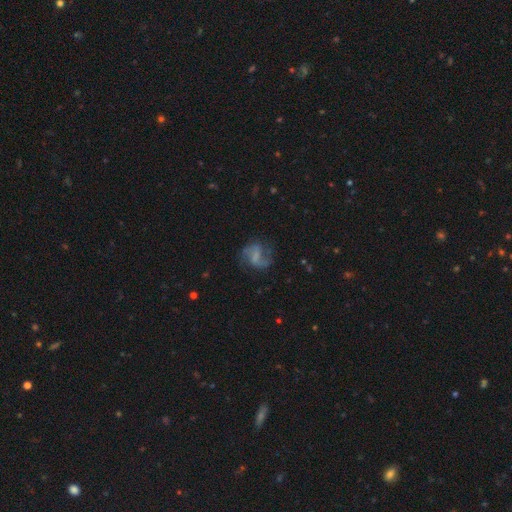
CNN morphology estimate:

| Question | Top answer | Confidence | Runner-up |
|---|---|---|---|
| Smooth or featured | featured or disk | 71% | smooth (20%) |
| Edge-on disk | no | 98% | yes (2%) |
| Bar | weak | 46% | no (28%) |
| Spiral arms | yes | 90% | no (10%) |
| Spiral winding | loose | 52% | medium (39%) |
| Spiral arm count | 2 | 84% | 1 (6%) |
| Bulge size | none | 59% | small (22%) |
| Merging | none | 64% | minor disturbance (19%) |